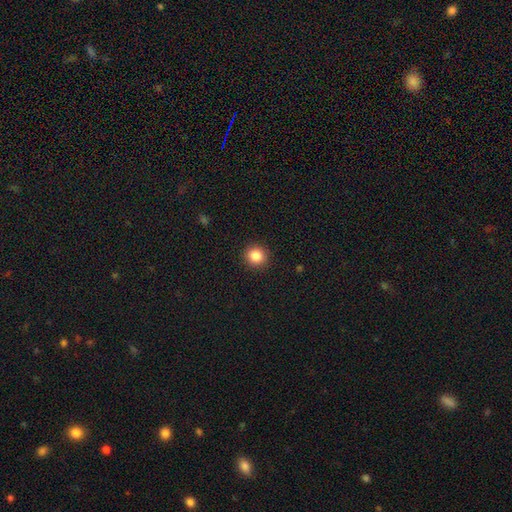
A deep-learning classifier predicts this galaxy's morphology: smooth 85%, star or artifact 10%, featured or disk 5%. Down the decision tree: how rounded — round (93%); merging — none (92%).